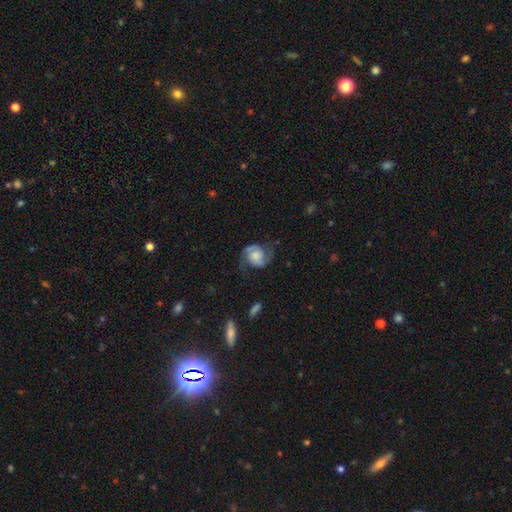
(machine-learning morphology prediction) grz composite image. It shows a featured or disk galaxy (72%) with no bar (68%), 2 (90%) medium (48%) spiral arms (94%) and a moderate central bulge (32%). Merging: none (66%).